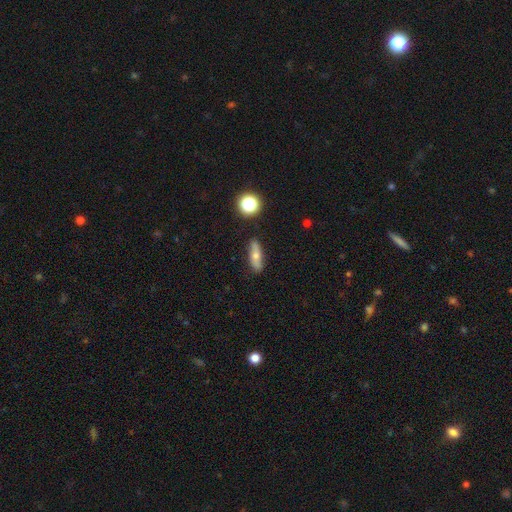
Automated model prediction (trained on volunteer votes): smooth 60%, featured or disk 31%, star or artifact 9%. Down the decision tree: how rounded — cigar-shaped (50%); merging — none (83%).